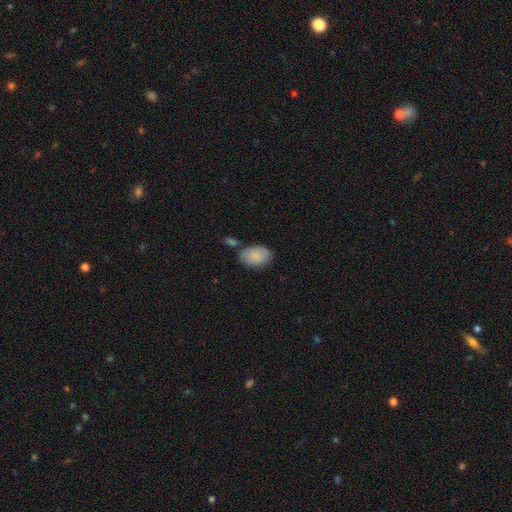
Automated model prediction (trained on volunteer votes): Smooth or featured: smooth — 86% (featured or disk — 8%)
How rounded: in between — 82% (round — 17%)
Merging: none — 66% (minor disturbance — 19%)